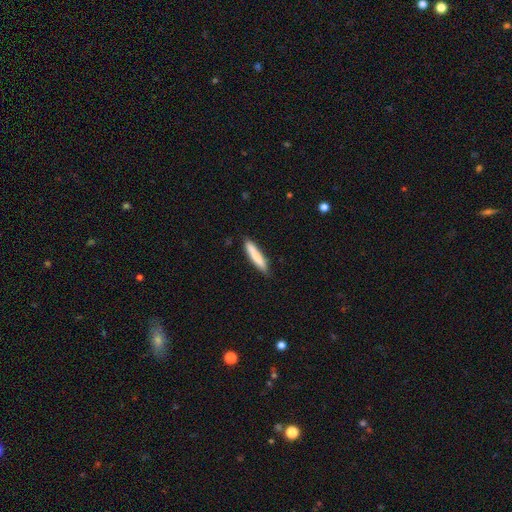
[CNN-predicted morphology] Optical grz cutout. It shows a smooth galaxy with no disk features (80%) that is cigar-shaped (89%). Merging: none (86%).